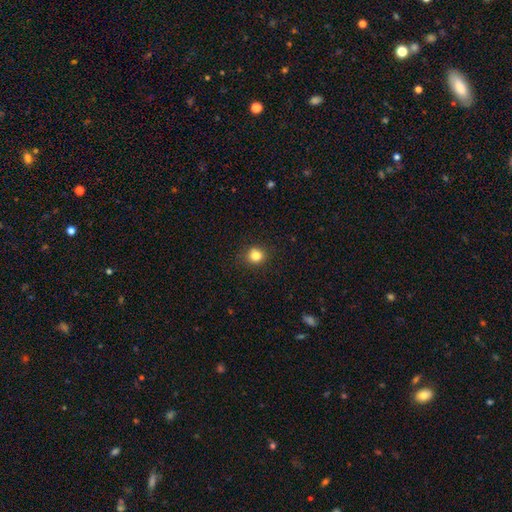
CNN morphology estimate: type=smooth (82%); roundness=round (84%); merging=none (86%).